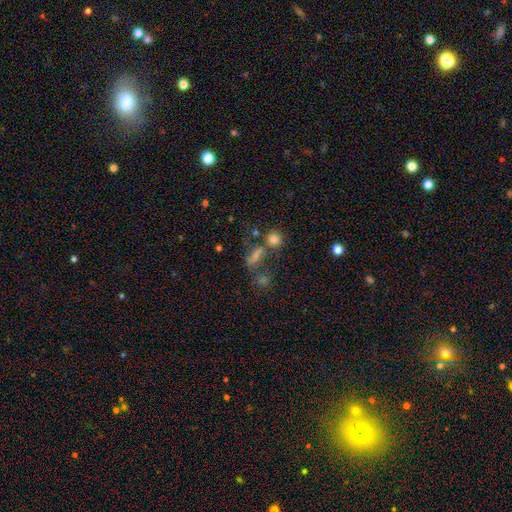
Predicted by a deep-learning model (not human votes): The model was most divided on "how rounded": in between: 46%, round: 36%, cigar-shaped: 18%. Remaining: smooth or featured — smooth (50%); merging — none (48%).